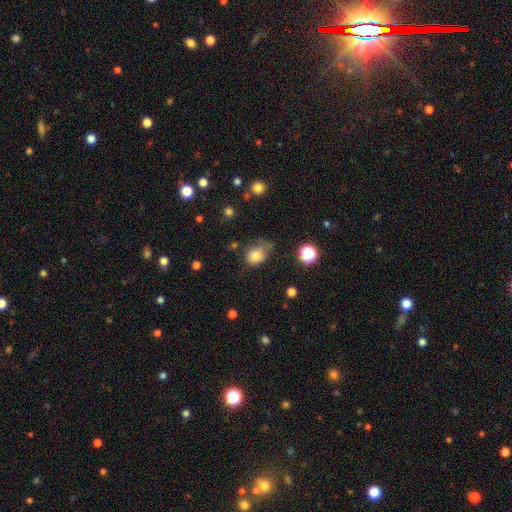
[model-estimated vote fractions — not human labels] smooth-or-featured: smooth: 78% | star or artifact: 13% | featured or disk: 9%
  how-rounded: in between: 51% | round: 48% | cigar-shaped: 1%
  merging: none: 43% | minor disturbance: 35% | major disturbance: 16% | merger: 6%